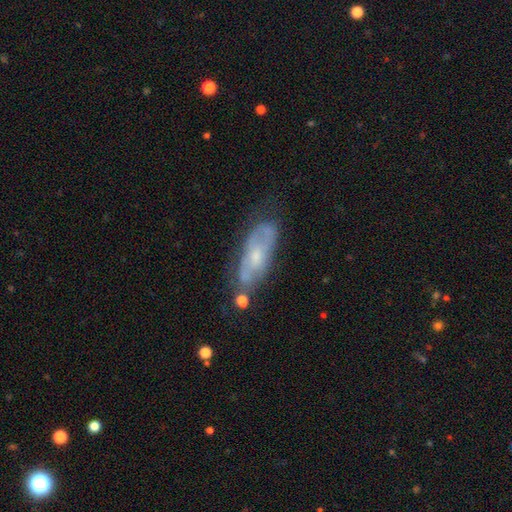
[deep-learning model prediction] Smooth or featured? Predicted: featured or disk (p=0.62). Edge-on disk? Predicted: no (p=0.82). Bar? Predicted: no (p=0.71). Spiral arms? Predicted: yes (p=0.63). Bulge size? Predicted: small (p=0.58). Merging? Predicted: none (p=0.59).